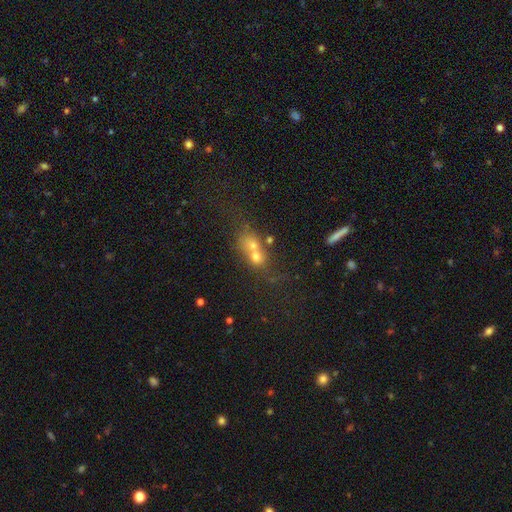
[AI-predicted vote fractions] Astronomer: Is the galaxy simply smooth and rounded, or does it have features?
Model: smooth — 57%.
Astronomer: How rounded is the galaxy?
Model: round — 60% (runner-up: in between, 35%).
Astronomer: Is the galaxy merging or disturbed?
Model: merger — 63%.